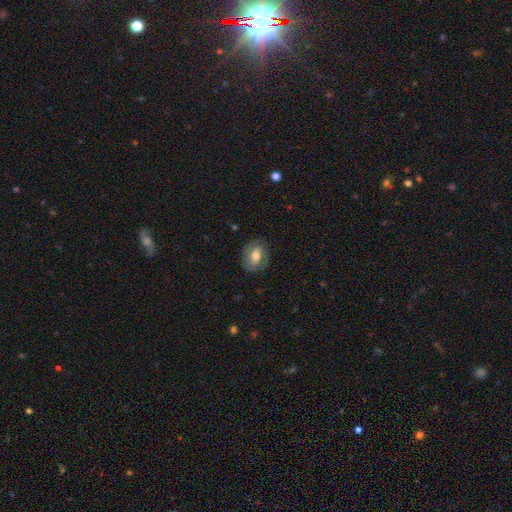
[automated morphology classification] Overall: featured or disk (57%; smooth 36%). Edge-on disk: no (95%). Bar: weak (43%; no 37%). Spiral arms: yes (77%). Bulge size: moderate (67%). Merging: none (79%).